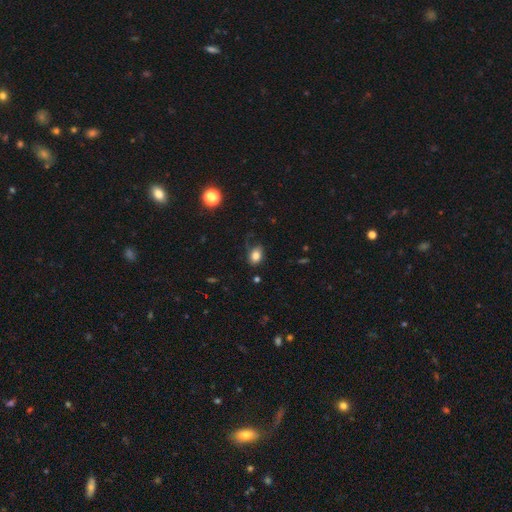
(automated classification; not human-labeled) Overall: smooth (80%). How rounded: in between (77%). Merging: none (62%; minor disturbance 25%).